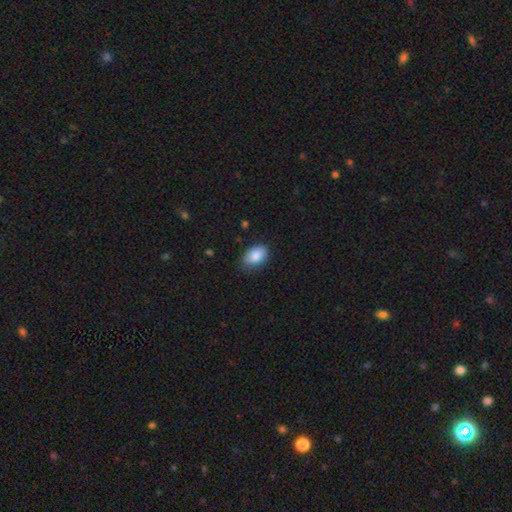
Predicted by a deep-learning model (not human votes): This is clearly a smooth galaxy (86%). How rounded: clearly in between (89%). Merging: likely none (74%).